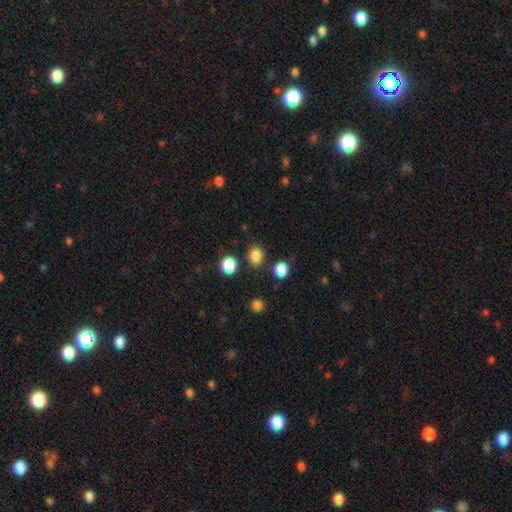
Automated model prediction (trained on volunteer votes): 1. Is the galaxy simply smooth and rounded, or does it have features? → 83% smooth, 13% star or artifact, 4% featured or disk.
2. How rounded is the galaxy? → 63% round, 36% in between, 1% cigar-shaped.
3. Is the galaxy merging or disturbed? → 81% none, 10% minor disturbance, 6% merger, 3% major disturbance.